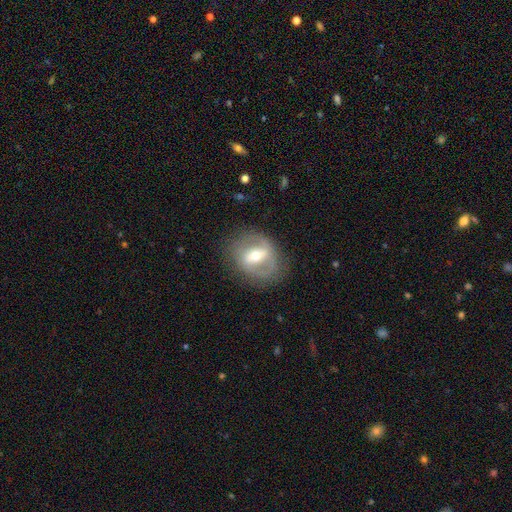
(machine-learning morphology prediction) smooth-or-featured: featured or disk: 71% | smooth: 22% | star or artifact: 7%
  disk-edge-on: no: 95% | yes: 5%
    bar: strong: 42% | weak: 38% | no: 19%
    has-spiral-arms: yes: 66% | no: 34%
    bulge-size: moderate: 60% | small: 33% | large: 5% | dominant: 1% | none: 1%
  merging: none: 74% | minor disturbance: 16% | major disturbance: 9% | merger: 1%